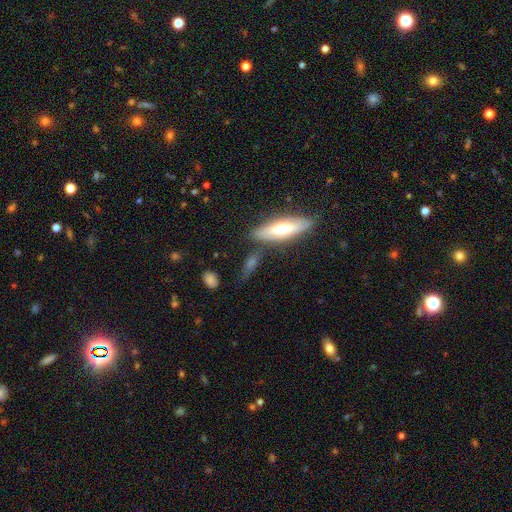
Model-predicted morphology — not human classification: Smooth or featured? Predicted: featured or disk (p=0.52). Edge-on disk? Predicted: yes (p=0.85). Merging? Predicted: none (p=0.80).